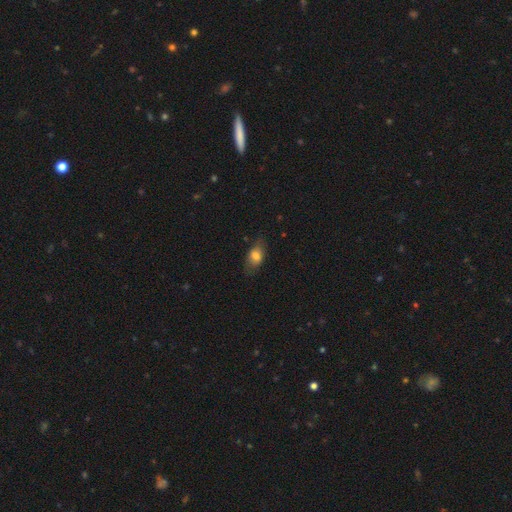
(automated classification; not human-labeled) A smooth galaxy with no disk features (70%) that is in between round and cigar-shaped (81%). Merging: none (69%).